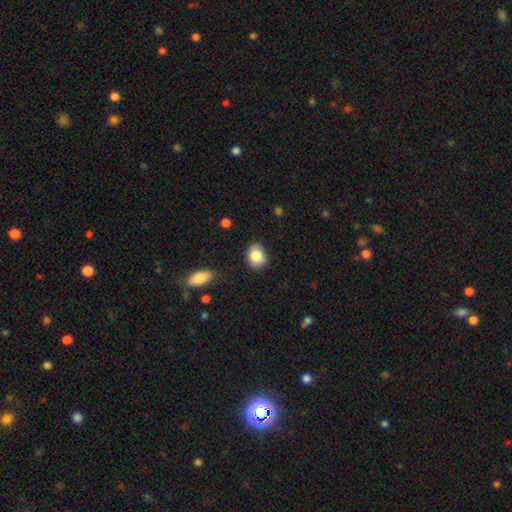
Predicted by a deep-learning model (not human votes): A smooth galaxy with no disk features (86%) that is in between round and cigar-shaped (55%). Merging: none (76%).